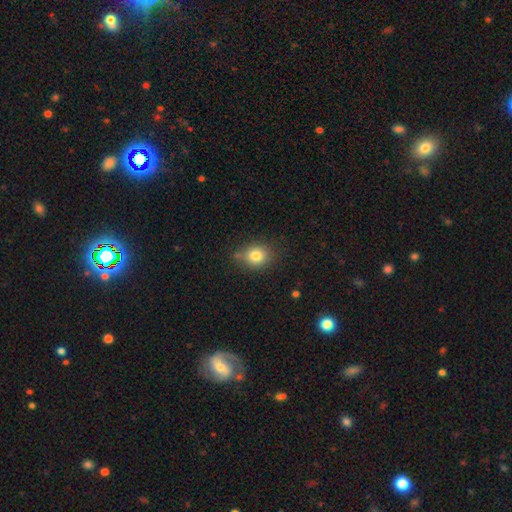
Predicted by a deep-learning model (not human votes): Morphology: type=smooth (80%); roundness=round (64%); merging=none (72%).